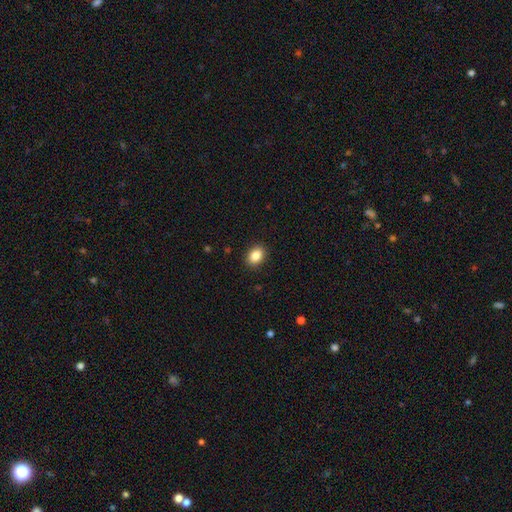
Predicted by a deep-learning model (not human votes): Smooth or featured?
  - smooth: 87% *
  - star or artifact: 9%
  - featured or disk: 4%
How rounded?
  - in between: 68% *
  - round: 31%
  - cigar-shaped: 1%
Merging?
  - none: 90% *
  - minor disturbance: 7%
  - major disturbance: 2%
  - merger: 1%